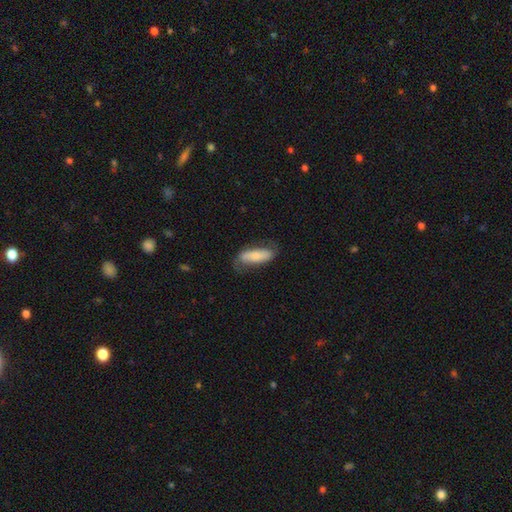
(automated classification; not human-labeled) A smooth galaxy with no disk features (59%) that is in between round and cigar-shaped (61%).

Vote fractions:
- Smooth or featured? smooth: 59% / featured or disk: 35% / star or artifact: 6%
- How rounded? in between: 61% / cigar-shaped: 37% / round: 2%
- Merging? none: 62% / minor disturbance: 27% / major disturbance: 10% / merger: 2%